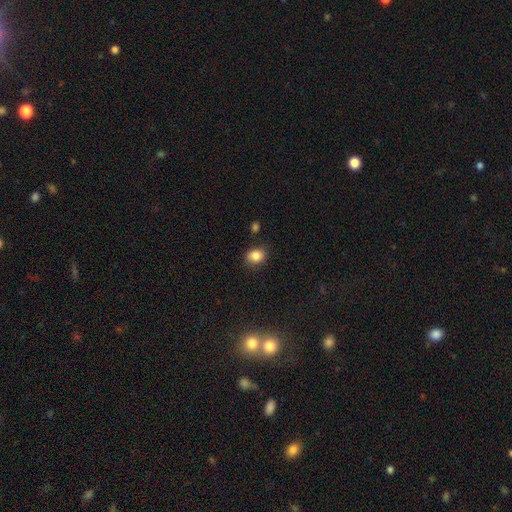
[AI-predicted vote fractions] Smooth or featured? smooth (84%)
How rounded? round (50%)
Merging? none (82%)